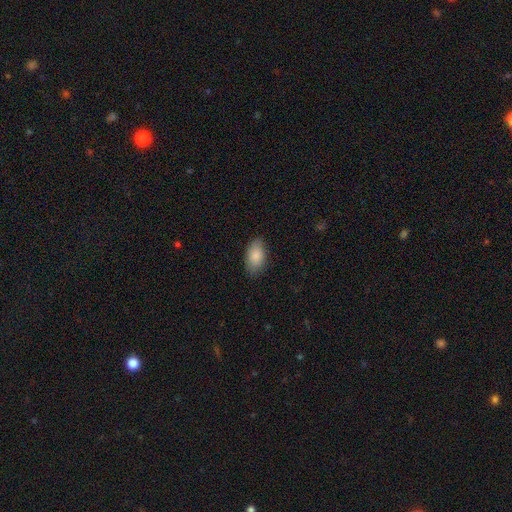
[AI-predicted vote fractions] Smooth or featured? smooth (84%)
How rounded? in between (93%)
Merging? none (81%)